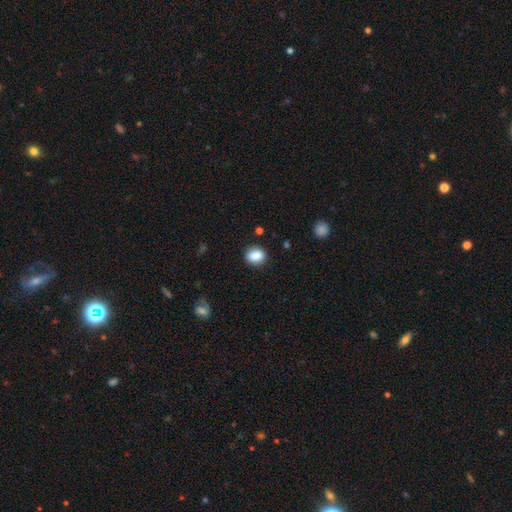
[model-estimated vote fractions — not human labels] Smooth or featured?
  - smooth: 84% *
  - star or artifact: 8%
  - featured or disk: 7%
How rounded?
  - in between: 50% *
  - round: 48%
  - cigar-shaped: 2%
Merging?
  - none: 84% *
  - minor disturbance: 11%
  - major disturbance: 3%
  - merger: 2%